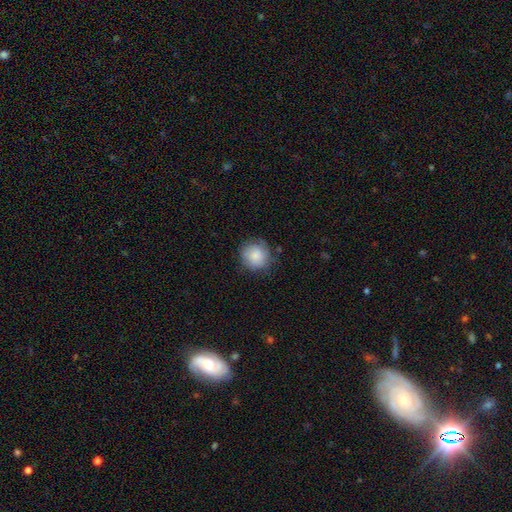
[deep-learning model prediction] Smooth or featured: smooth — 81% (featured or disk — 12%)
How rounded: round — 91% (in between — 8%)
Merging: none — 75% (minor disturbance — 18%)